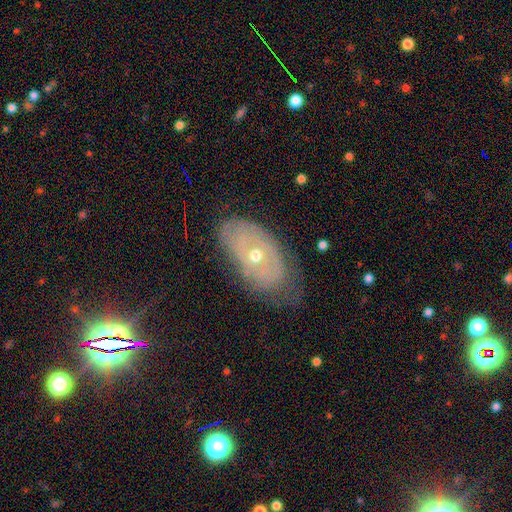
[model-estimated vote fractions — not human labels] A featured or disk galaxy (61%) with no bar (86%), no spiral arms (58%) and a moderate central bulge (55%).

Vote fractions:
- Smooth or featured? featured or disk: 61% / smooth: 31% / star or artifact: 8%
- Edge-on disk? no: 90% / yes: 10%
- Bar? no: 86% / weak: 11% / strong: 3%
- Spiral arms? no: 58% / yes: 42%
- Bulge size? moderate: 55% / small: 42% / large: 2% / dominant: 1% / none: 1%
- Merging? none: 53% / minor disturbance: 30% / major disturbance: 15% / merger: 2%